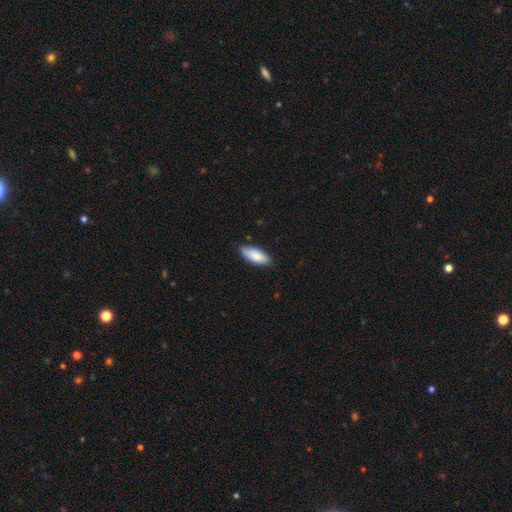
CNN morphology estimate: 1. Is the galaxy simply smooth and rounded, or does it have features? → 85% smooth, 10% featured or disk, 5% star or artifact.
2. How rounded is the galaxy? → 77% in between, 21% cigar-shaped, 2% round.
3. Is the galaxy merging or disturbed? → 84% none, 13% minor disturbance, 2% major disturbance, 1% merger.